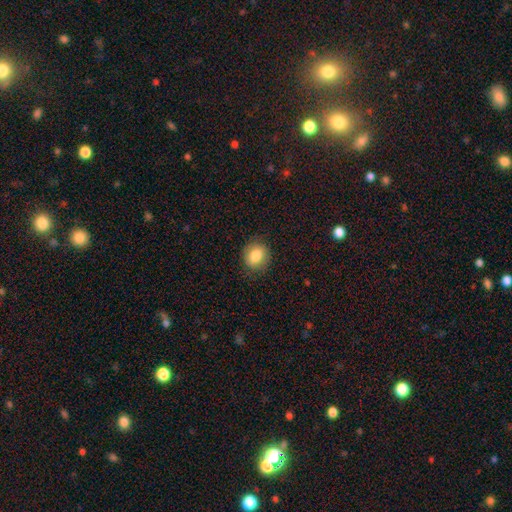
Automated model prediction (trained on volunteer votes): smooth 83%, star or artifact 9%, featured or disk 8%. Down the decision tree: how rounded — round (64%); merging — none (86%).